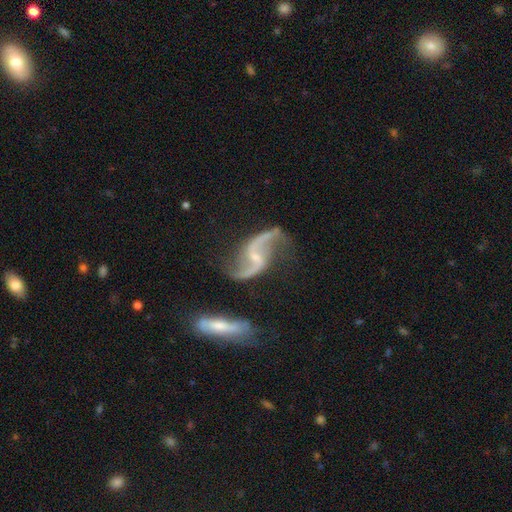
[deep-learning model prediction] A featured or disk galaxy (91%) with a weak bar (47%), 2 (94%) loose (86%) spiral arms (97%) and a small central bulge (63%).

Vote fractions:
- Smooth or featured? featured or disk: 91% / star or artifact: 5% / smooth: 4%
- Edge-on disk? no: 97% / yes: 3%
- Bar? weak: 47% / no: 35% / strong: 18%
- Spiral arms? yes: 97% / no: 3%
- Spiral winding? loose: 86% / medium: 11% / tight: 3%
- Spiral arm count? 2: 94% / 1: 2% / can't tell: 2% / 3: 1% / 4: 1% / more than 4: 1%
- Bulge size? small: 63% / none: 19% / moderate: 17% / large: 1% / dominant: 1%
- Merging? none: 64% / minor disturbance: 18% / major disturbance: 10% / merger: 8%